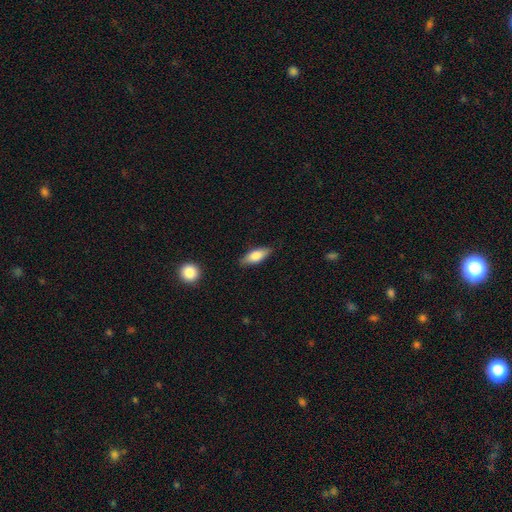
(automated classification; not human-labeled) A smooth galaxy with no disk features (74%) that is in between round and cigar-shaped (72%).

Vote fractions:
- Smooth or featured? smooth: 74% / featured or disk: 19% / star or artifact: 6%
- How rounded? in between: 72% / cigar-shaped: 25% / round: 3%
- Merging? none: 83% / minor disturbance: 13% / major disturbance: 3% / merger: 1%